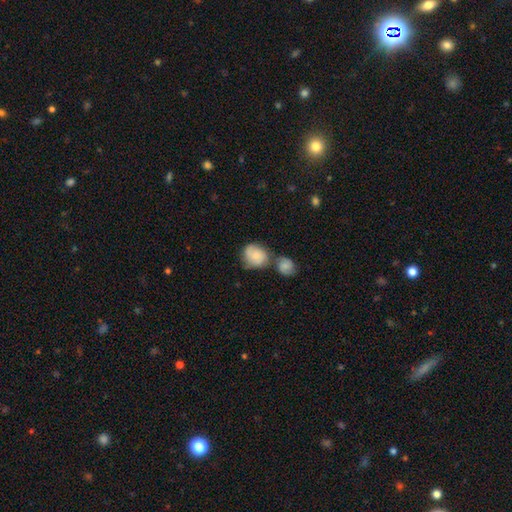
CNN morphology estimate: This is likely a smooth galaxy (68%). How rounded: likely round (65%). Merging: marginally merger (45%).